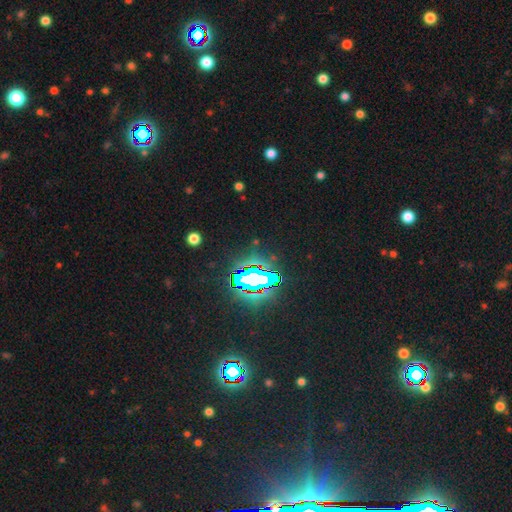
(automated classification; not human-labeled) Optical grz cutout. It shows a star or artifact, not a galaxy (80%).